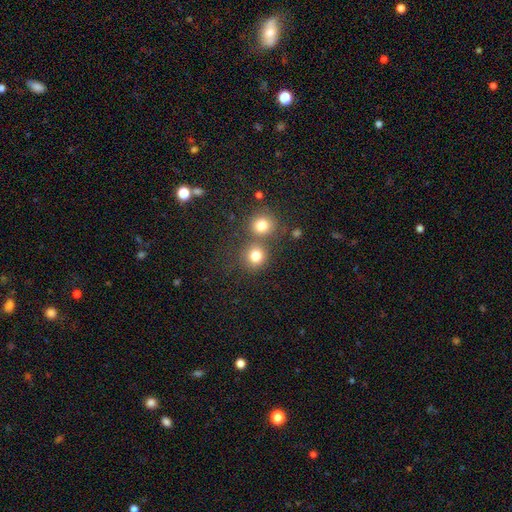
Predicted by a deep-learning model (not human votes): Q: Smooth or featured?
A: smooth (80%); runner-up: star or artifact (13%)
Q: How rounded?
A: round (88%); runner-up: in between (11%)
Q: Merging?
A: none (63%); runner-up: merger (26%)